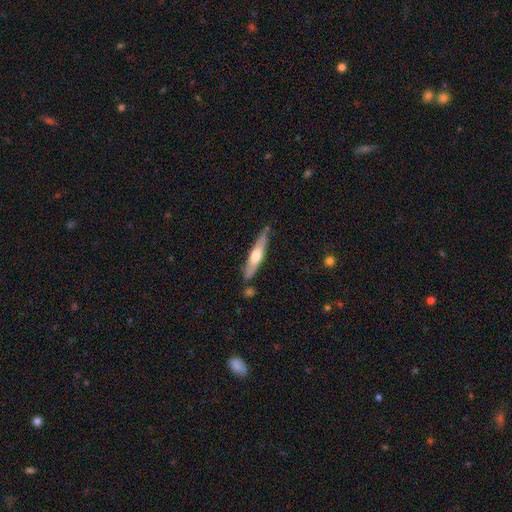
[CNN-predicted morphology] This is possibly a featured or disk galaxy (48%). Merging: likely none (75%).